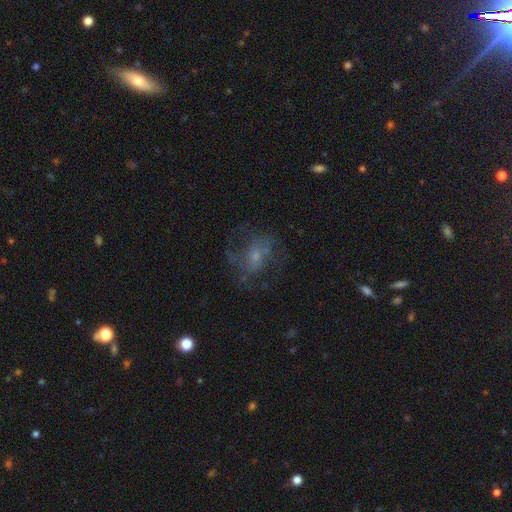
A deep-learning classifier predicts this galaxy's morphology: A featured or disk galaxy (60%) with no bar (63%), spiral arms (71%) and a small central bulge (60%). Merging: none (56%).